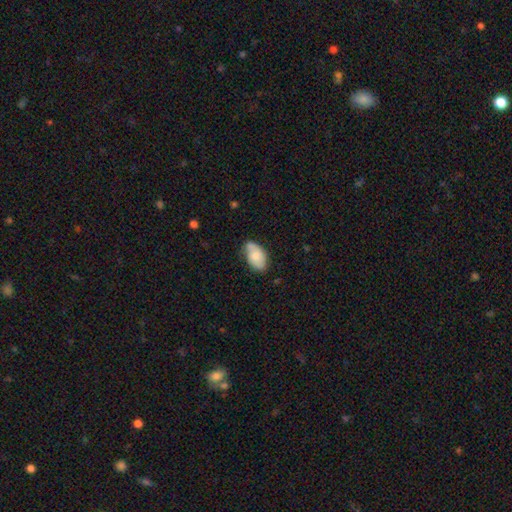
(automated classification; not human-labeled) The model was most divided on "merging": none: 60%, minor disturbance: 30%, major disturbance: 6%, merger: 4%. More confident: how rounded — in between (93%); smooth or featured — smooth (69%).